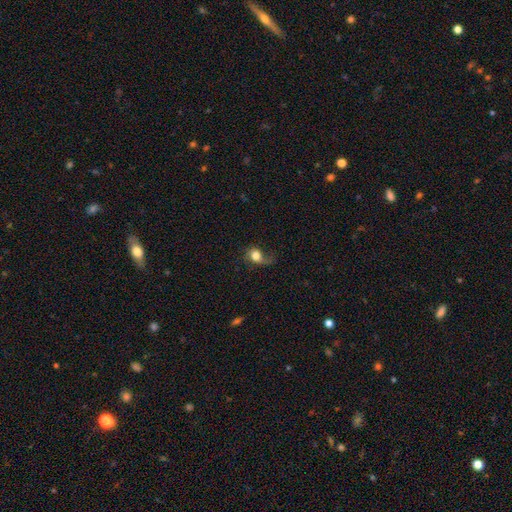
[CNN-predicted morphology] Smooth or featured: smooth — 67% (featured or disk — 23%)
How rounded: round — 59% (in between — 39%)
Merging: none — 40% (major disturbance — 31%)